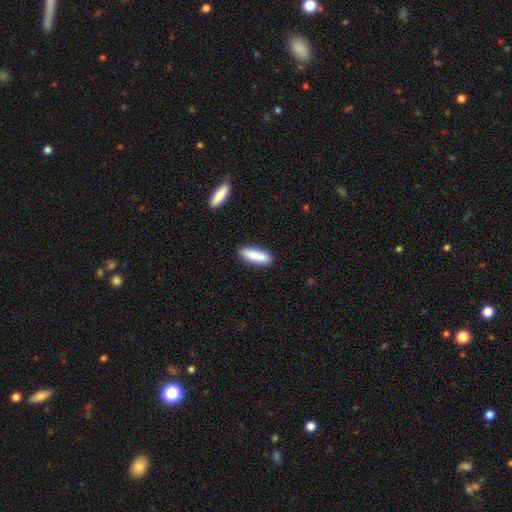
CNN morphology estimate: Smooth or featured? Predicted: smooth (p=0.86). How rounded? Predicted: cigar-shaped (p=0.52). Merging? Predicted: none (p=0.87).